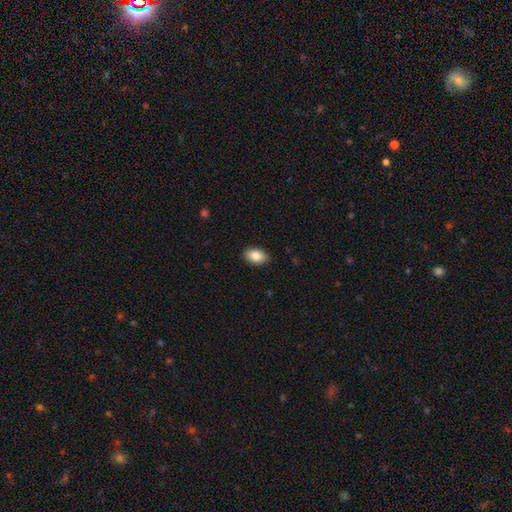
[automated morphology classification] Smooth or featured? smooth (86%)
How rounded? in between (89%)
Merging? none (89%)